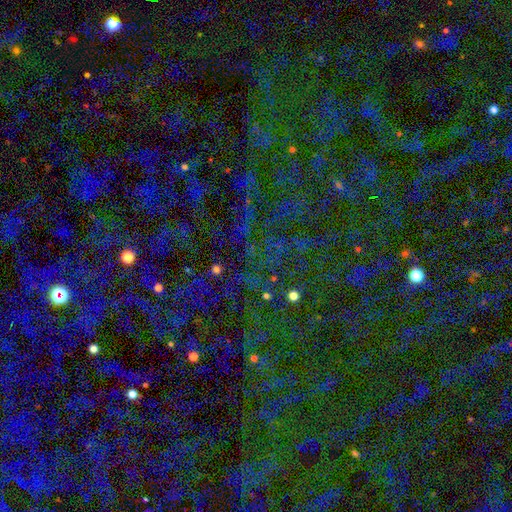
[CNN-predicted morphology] star or artifact 76%, smooth 16%, featured or disk 9%.